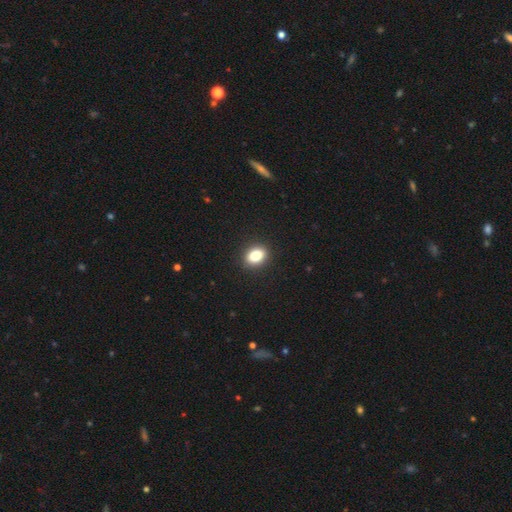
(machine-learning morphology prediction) Smooth or featured: smooth — 84% (star or artifact — 10%)
How rounded: in between — 68% (round — 31%)
Merging: none — 91% (minor disturbance — 7%)